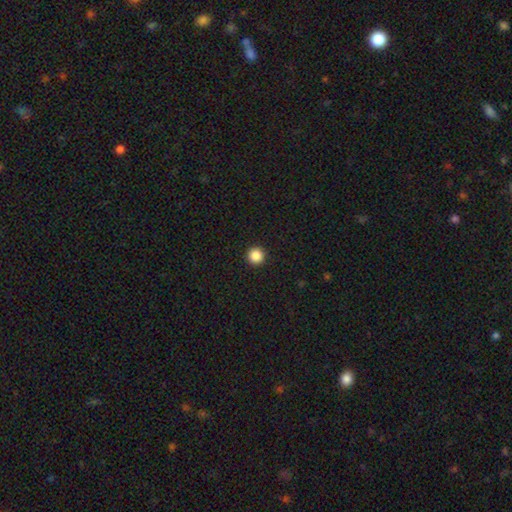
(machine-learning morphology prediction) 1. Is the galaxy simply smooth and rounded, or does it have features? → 87% smooth, 10% star or artifact, 3% featured or disk.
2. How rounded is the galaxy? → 97% round, 3% in between, 1% cigar-shaped.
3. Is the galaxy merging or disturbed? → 94% none, 4% minor disturbance, 1% major disturbance, 1% merger.